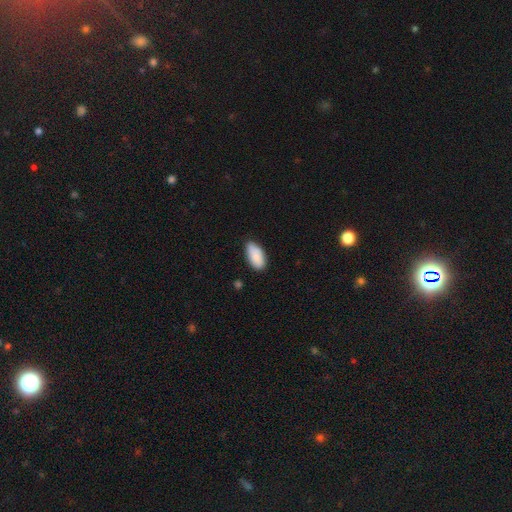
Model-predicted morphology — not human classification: Smooth or featured: smooth — 88% (star or artifact — 6%)
How rounded: in between — 94% (cigar-shaped — 4%)
Merging: none — 75% (minor disturbance — 21%)